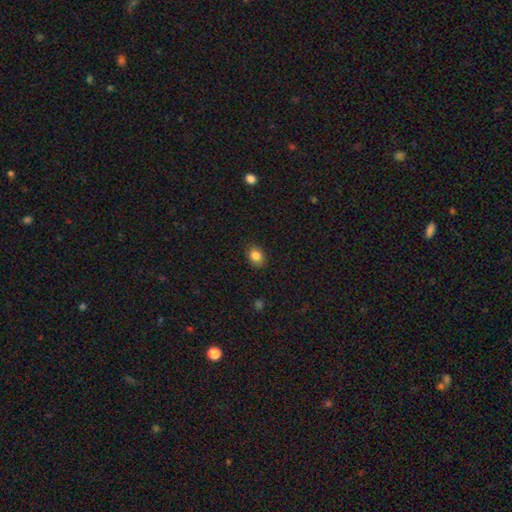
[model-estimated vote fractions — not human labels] Overall: smooth (84%). How rounded: in between (52%; round 47%). Merging: none (87%).